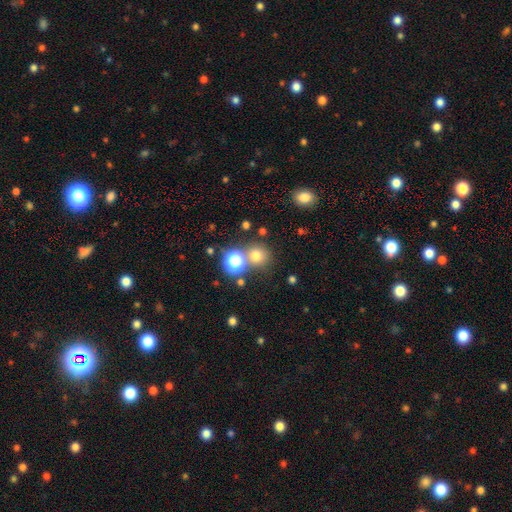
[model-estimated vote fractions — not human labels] smooth 69%, star or artifact 23%, featured or disk 7%. Down the decision tree: how rounded — round (89%); merging — none (70%).